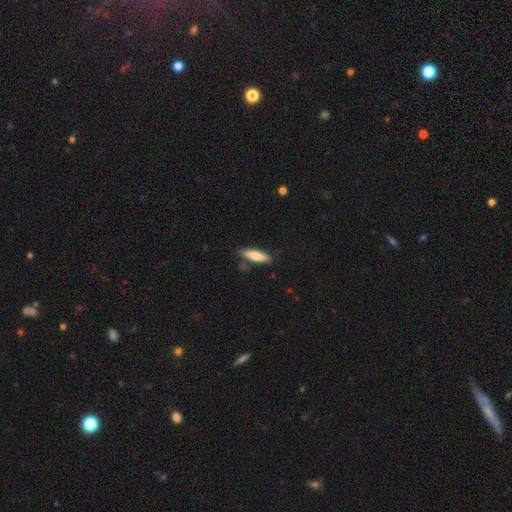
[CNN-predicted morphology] This appears to be a smooth galaxy with no disk features (66%) that is cigar-shaped (70%). Merging: none (80%).